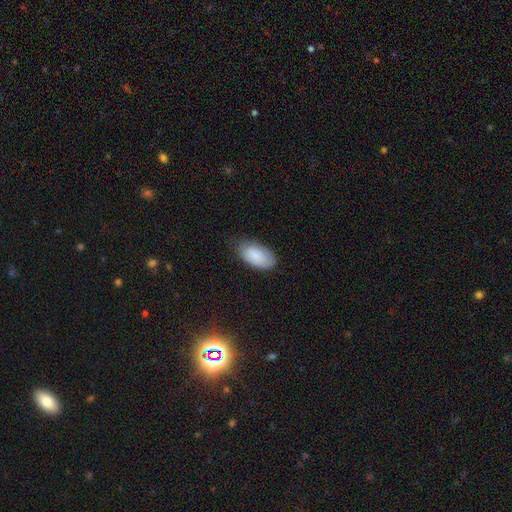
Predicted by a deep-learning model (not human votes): Smooth or featured? smooth (87%)
How rounded? in between (95%)
Merging? none (71%)